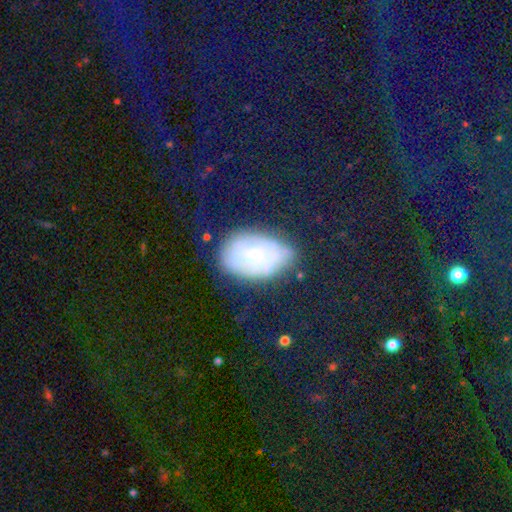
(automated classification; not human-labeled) smooth-or-featured: smooth: 43% | featured or disk: 35% | star or artifact: 22%
  merging: none: 63% | minor disturbance: 25% | major disturbance: 9% | merger: 3%